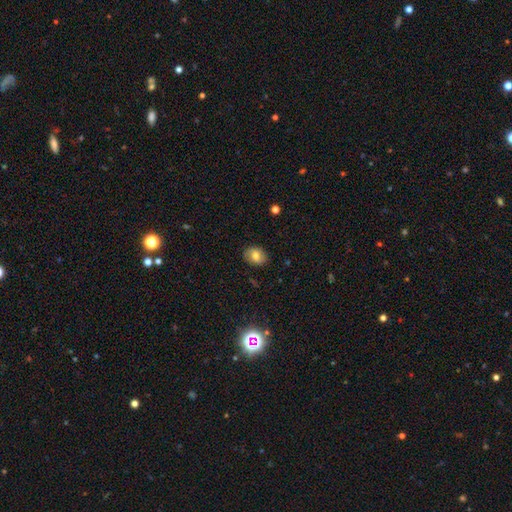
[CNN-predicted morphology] Q: Smooth or featured?
A: smooth (75%); runner-up: featured or disk (15%)
Q: How rounded?
A: in between (64%); runner-up: round (35%)
Q: Merging?
A: none (86%); runner-up: minor disturbance (11%)